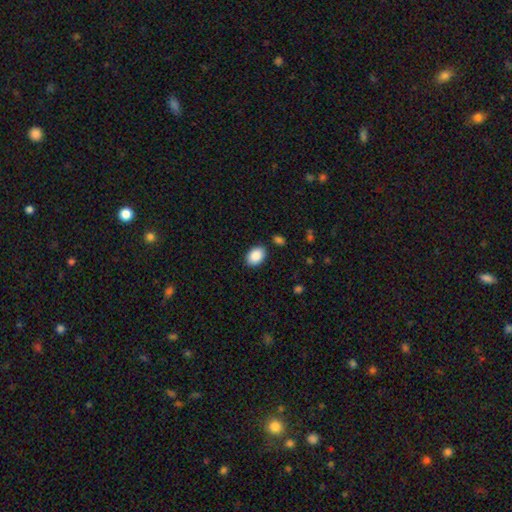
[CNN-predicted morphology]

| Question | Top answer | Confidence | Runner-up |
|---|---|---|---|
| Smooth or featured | smooth | 89% | star or artifact (7%) |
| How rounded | in between | 83% | round (16%) |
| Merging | none | 86% | minor disturbance (9%) |